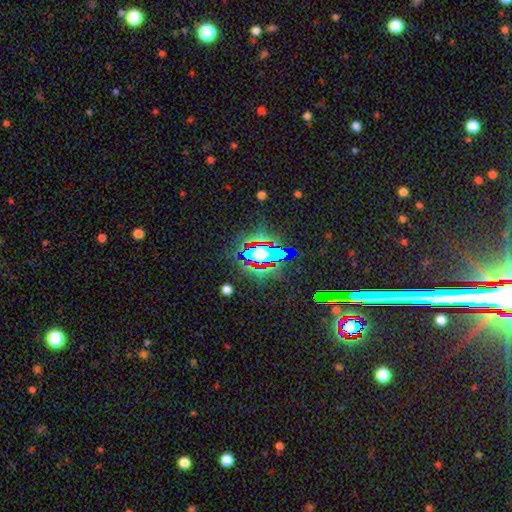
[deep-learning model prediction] A star or artifact, not a galaxy (58%).

Vote fractions:
- Smooth or featured? star or artifact: 58% / smooth: 26% / featured or disk: 15%